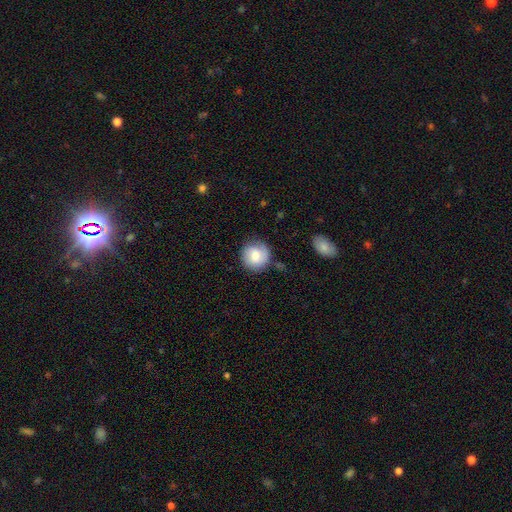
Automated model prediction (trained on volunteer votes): This is likely a smooth galaxy (66%). How rounded: clearly round (90%). Merging: likely none (76%).